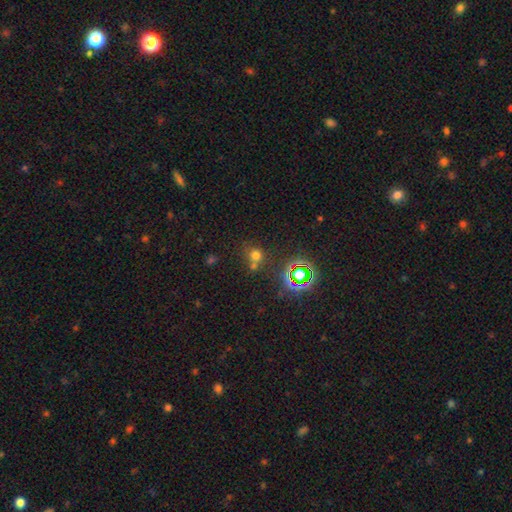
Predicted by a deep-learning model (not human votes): Smooth or featured? Predicted: smooth (p=0.61). How rounded? Predicted: round (p=0.83). Merging? Predicted: none (p=0.54).